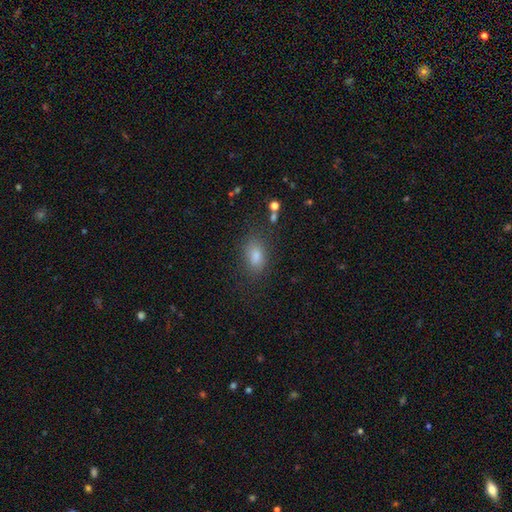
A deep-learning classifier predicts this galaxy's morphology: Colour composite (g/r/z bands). It shows a smooth galaxy with no disk features (78%) that is in between round and cigar-shaped (83%). Merging: none (80%).